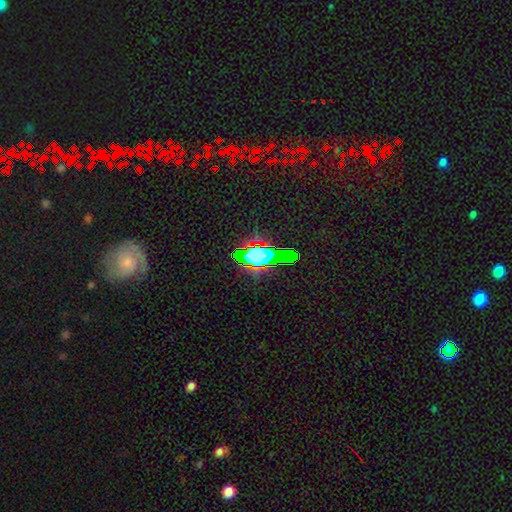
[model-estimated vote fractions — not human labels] Q: Smooth or featured?
A: star or artifact (50%); runner-up: smooth (32%)